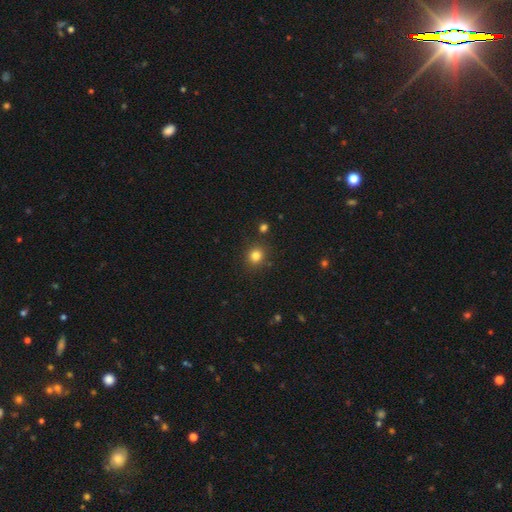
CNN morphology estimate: Q: Smooth or featured?
A: smooth (82%); runner-up: star or artifact (13%)
Q: How rounded?
A: round (86%); runner-up: in between (13%)
Q: Merging?
A: none (86%); runner-up: minor disturbance (8%)